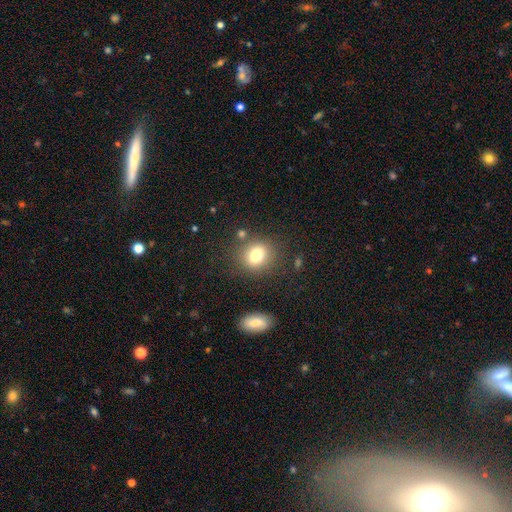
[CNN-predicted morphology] Smooth or featured?
  - smooth: 79% *
  - star or artifact: 11%
  - featured or disk: 10%
How rounded?
  - round: 56% *
  - in between: 43%
  - cigar-shaped: 1%
Merging?
  - none: 79% *
  - minor disturbance: 12%
  - merger: 5%
  - major disturbance: 4%